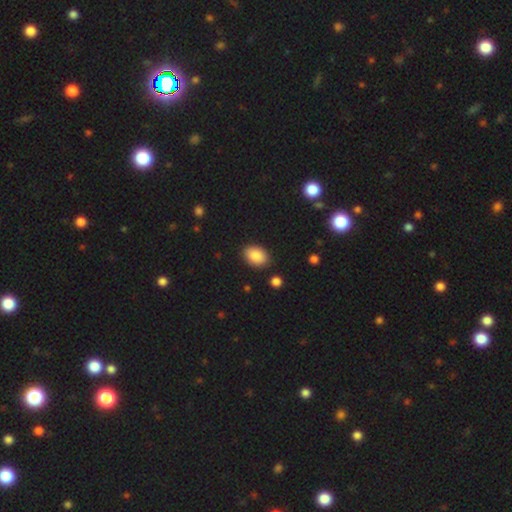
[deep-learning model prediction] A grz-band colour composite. It shows a smooth galaxy with no disk features (86%) that is in between round and cigar-shaped (82%). Merging: none (87%).